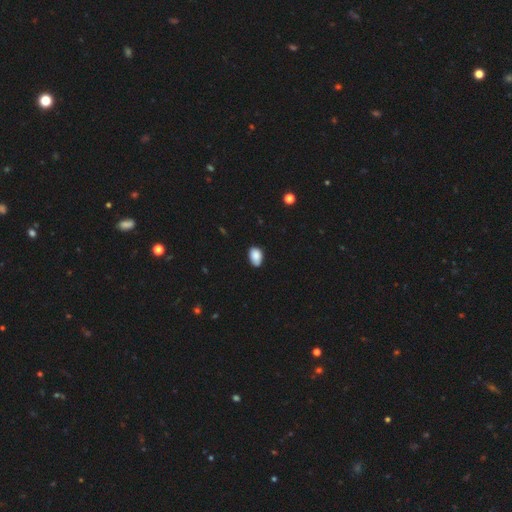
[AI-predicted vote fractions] Smooth or featured?
  - smooth: 87% *
  - star or artifact: 8%
  - featured or disk: 5%
How rounded?
  - in between: 86% *
  - round: 12%
  - cigar-shaped: 1%
Merging?
  - none: 74% *
  - minor disturbance: 22%
  - major disturbance: 3%
  - merger: 2%